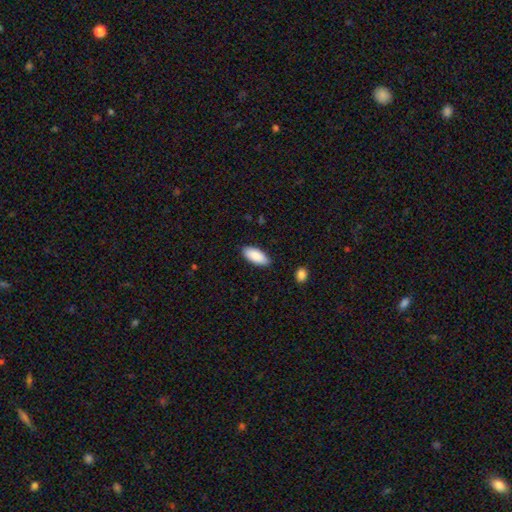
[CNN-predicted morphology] Smooth or featured? smooth (88%)
How rounded? in between (88%)
Merging? none (86%)